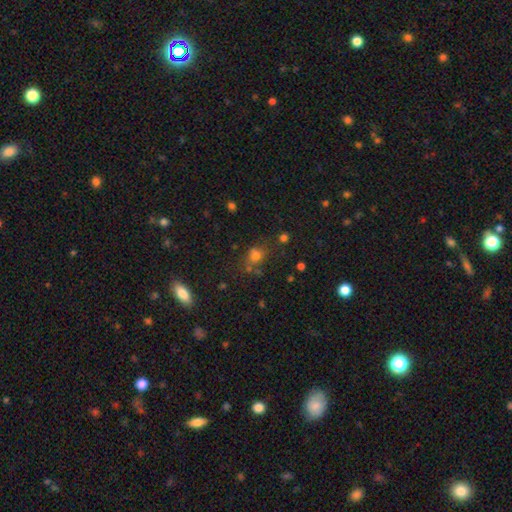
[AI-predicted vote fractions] Smooth or featured?
  - smooth: 66% *
  - star or artifact: 23%
  - featured or disk: 11%
How rounded?
  - round: 65% *
  - in between: 34%
  - cigar-shaped: 2%
Merging?
  - none: 59% *
  - merger: 17%
  - minor disturbance: 16%
  - major disturbance: 8%